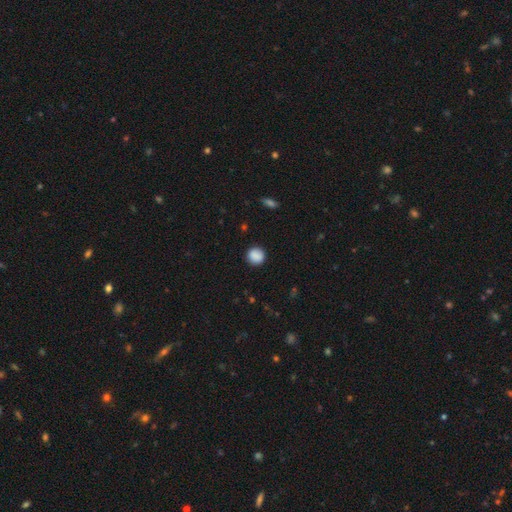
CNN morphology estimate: Overall: smooth (89%). How rounded: round (91%). Merging: none (90%).